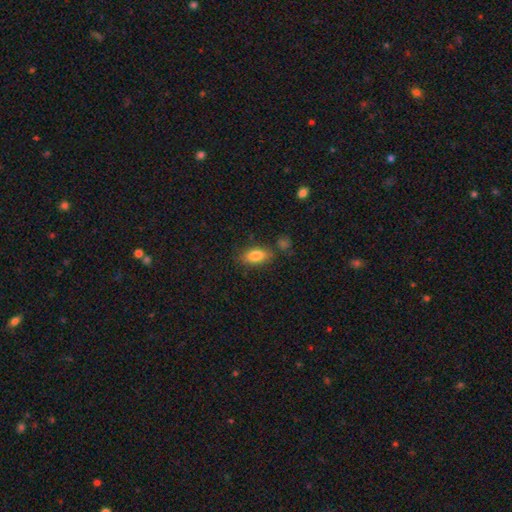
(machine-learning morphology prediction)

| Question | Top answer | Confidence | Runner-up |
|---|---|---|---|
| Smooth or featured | smooth | 83% | featured or disk (9%) |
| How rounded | in between | 89% | cigar-shaped (6%) |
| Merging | none | 76% | minor disturbance (15%) |